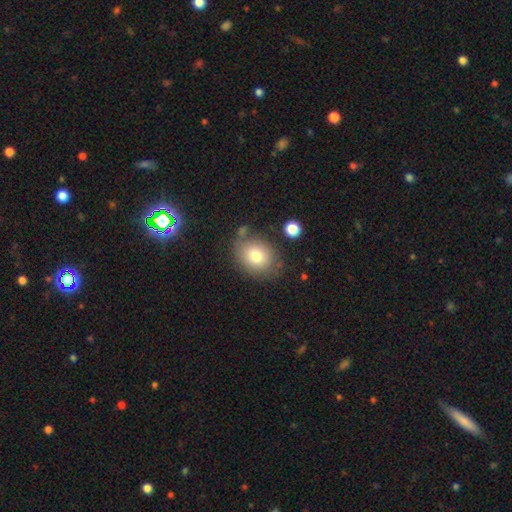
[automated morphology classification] Overall: smooth (76%). How rounded: round (52%; in between 47%). Merging: none (73%).